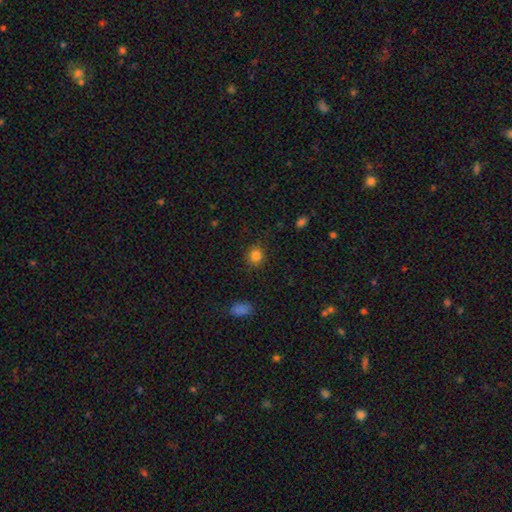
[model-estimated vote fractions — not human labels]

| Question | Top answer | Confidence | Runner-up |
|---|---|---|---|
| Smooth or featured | smooth | 84% | star or artifact (12%) |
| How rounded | round | 80% | in between (19%) |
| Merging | none | 88% | minor disturbance (8%) |